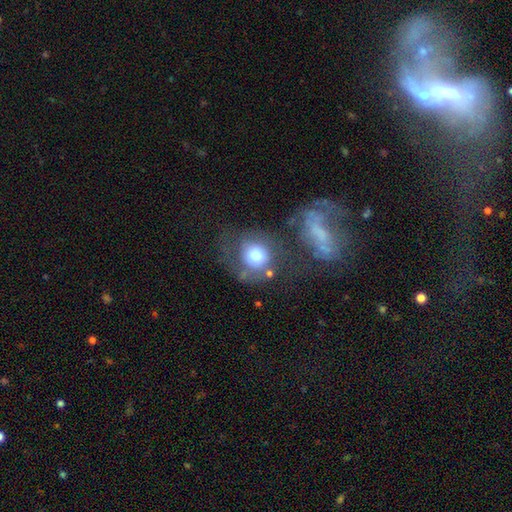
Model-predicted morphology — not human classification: Smooth or featured? Predicted: smooth (p=0.65). How rounded? Predicted: round (p=0.84). Merging? Predicted: none (p=0.47).